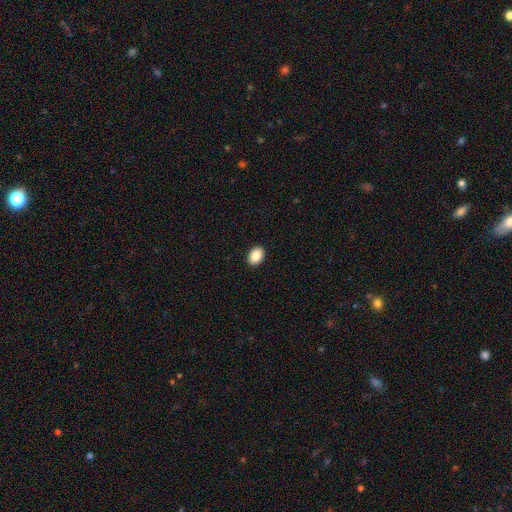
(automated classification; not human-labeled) Q: Smooth or featured?
A: smooth (87%); runner-up: star or artifact (8%)
Q: How rounded?
A: in between (83%); runner-up: round (15%)
Q: Merging?
A: none (91%); runner-up: minor disturbance (6%)